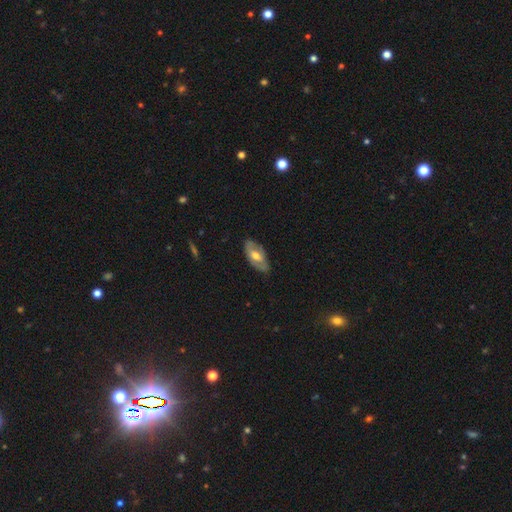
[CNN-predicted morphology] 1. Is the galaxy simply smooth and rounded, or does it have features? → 53% featured or disk, 41% smooth, 6% star or artifact.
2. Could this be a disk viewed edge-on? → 84% no, 16% yes.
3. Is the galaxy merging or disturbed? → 73% none, 21% minor disturbance, 4% major disturbance, 1% merger.